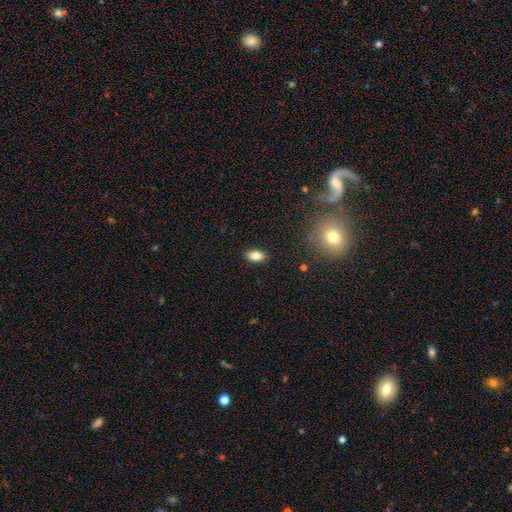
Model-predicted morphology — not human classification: Q: Smooth or featured?
A: smooth (84%); runner-up: star or artifact (9%)
Q: How rounded?
A: in between (89%); runner-up: round (8%)
Q: Merging?
A: none (88%); runner-up: minor disturbance (9%)